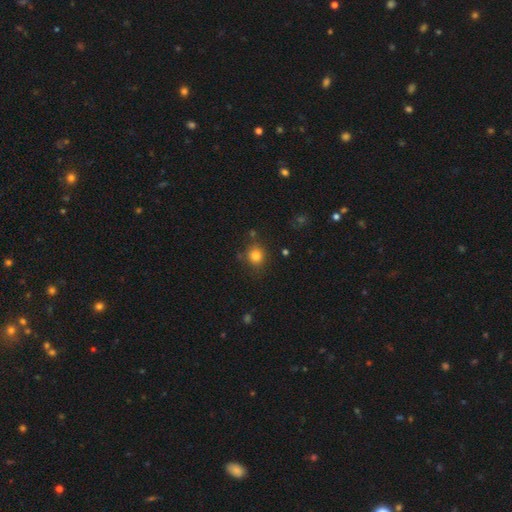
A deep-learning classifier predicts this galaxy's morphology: smooth-or-featured: smooth: 81% | star or artifact: 13% | featured or disk: 6%
  how-rounded: round: 82% | in between: 17% | cigar-shaped: 1%
  merging: none: 79% | minor disturbance: 13% | merger: 4% | major disturbance: 4%